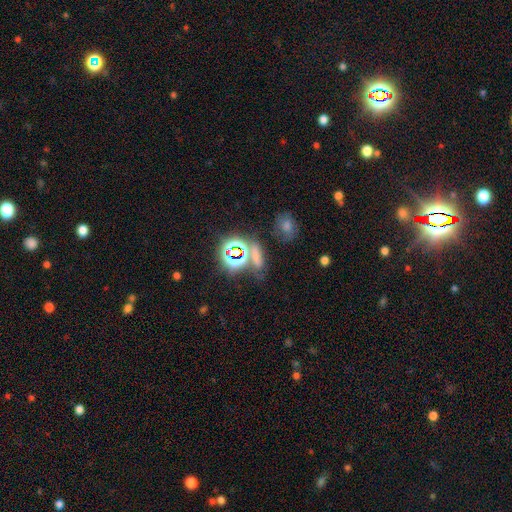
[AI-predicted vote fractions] smooth_or_featured: star or artifact (p=0.51) [alt: smooth p=0.39]